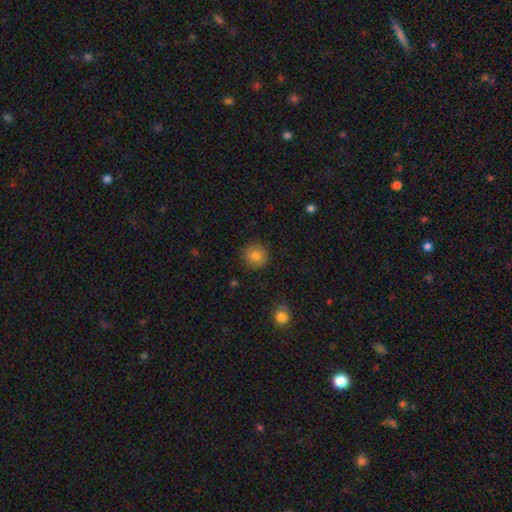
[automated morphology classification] type=smooth (81%); roundness=round (92%); merging=none (87%).